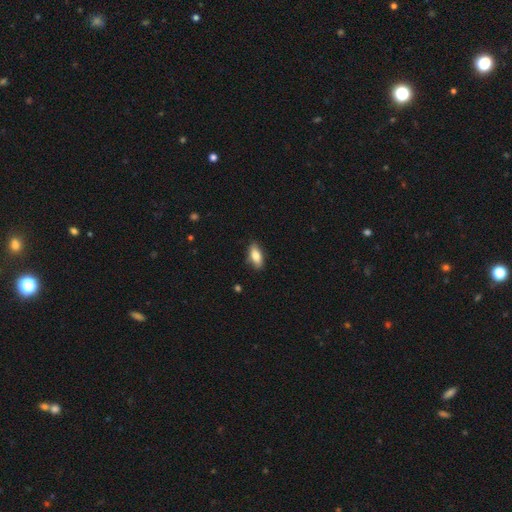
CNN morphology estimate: Q: Smooth or featured?
A: smooth (81%); runner-up: featured or disk (12%)
Q: How rounded?
A: in between (84%); runner-up: cigar-shaped (13%)
Q: Merging?
A: none (83%); runner-up: minor disturbance (13%)